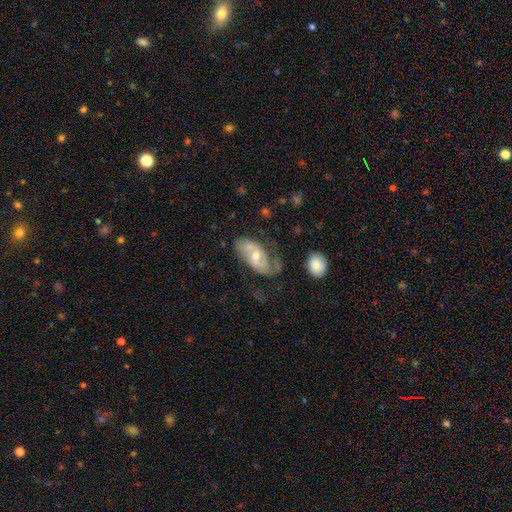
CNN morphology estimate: Smooth or featured: featured or disk — 67% (smooth — 27%)
Edge-on disk: no — 95% (yes — 5%)
Bar: no — 44% (weak — 42%)
Spiral arms: yes — 82% (no — 18%)
Spiral winding: medium — 45% (loose — 31%)
Spiral arm count: 2 — 75% (can't tell — 15%)
Bulge size: moderate — 57% (small — 36%)
Merging: none — 45% (minor disturbance — 27%)